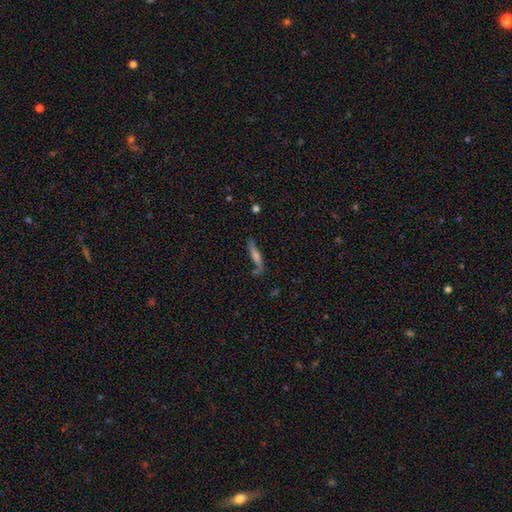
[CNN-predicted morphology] This appears to be a featured or disk galaxy (49%). Merging: none (69%).